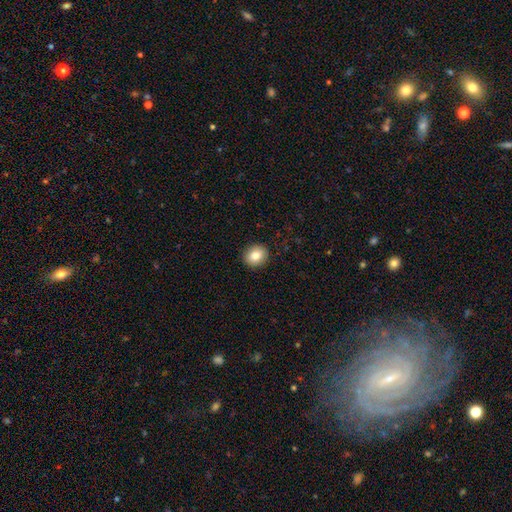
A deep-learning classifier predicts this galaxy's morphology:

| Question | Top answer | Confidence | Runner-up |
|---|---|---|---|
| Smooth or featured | smooth | 83% | star or artifact (9%) |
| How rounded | round | 72% | in between (28%) |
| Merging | none | 91% | minor disturbance (6%) |